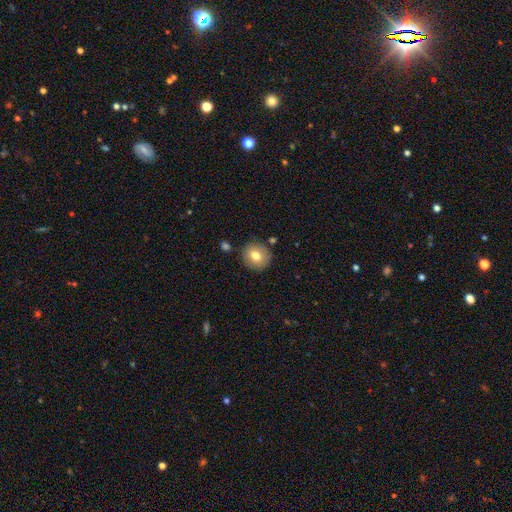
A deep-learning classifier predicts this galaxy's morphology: Smooth or featured? Predicted: smooth (p=0.77). How rounded? Predicted: round (p=0.90). Merging? Predicted: none (p=0.85).